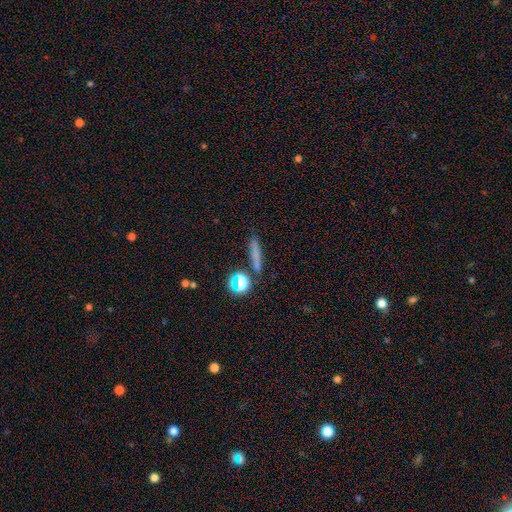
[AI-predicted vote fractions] smooth 66%, star or artifact 18%, featured or disk 16%. Down the decision tree: how rounded — cigar-shaped (82%); merging — none (81%).